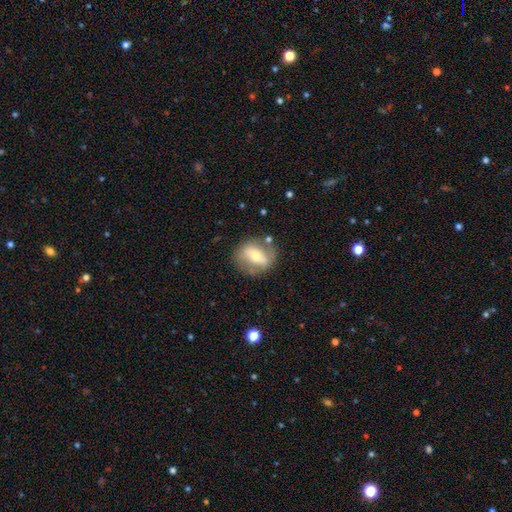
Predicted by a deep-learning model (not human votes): Smooth or featured? Predicted: featured or disk (p=0.52). Edge-on disk? Predicted: no (p=0.88). Merging? Predicted: none (p=0.72).